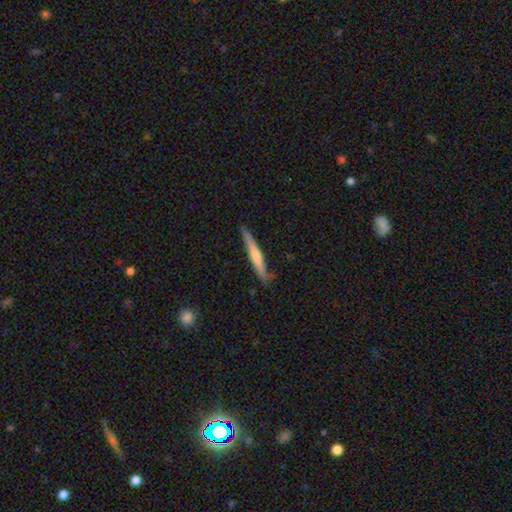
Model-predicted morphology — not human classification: featured or disk 55%, smooth 40%, star or artifact 5%. Down the decision tree: edge-on disk — yes (95%); edge-on bulge — rounded (65%); merging — none (84%).